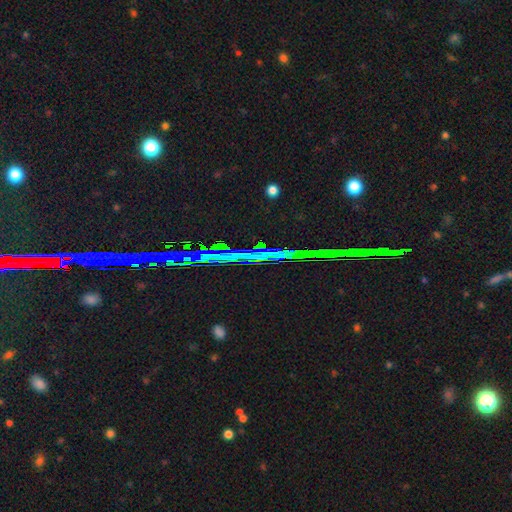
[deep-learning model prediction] A star or artifact, not a galaxy (85%).

Vote fractions:
- Smooth or featured? star or artifact: 85% / featured or disk: 8% / smooth: 6%